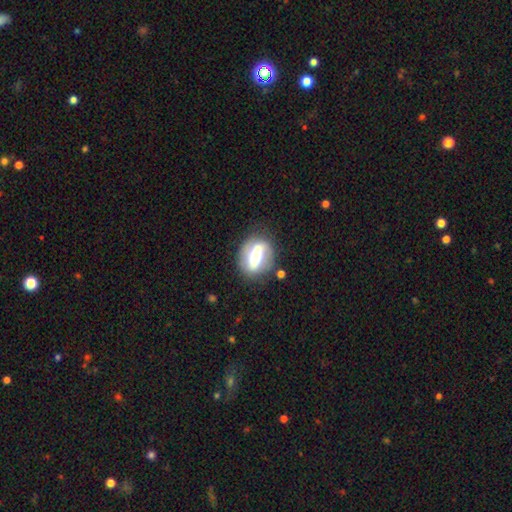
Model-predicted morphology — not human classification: This is likely a featured or disk galaxy (60%). It is likely not viewed edge-on (79%). Merging: likely none (72%).